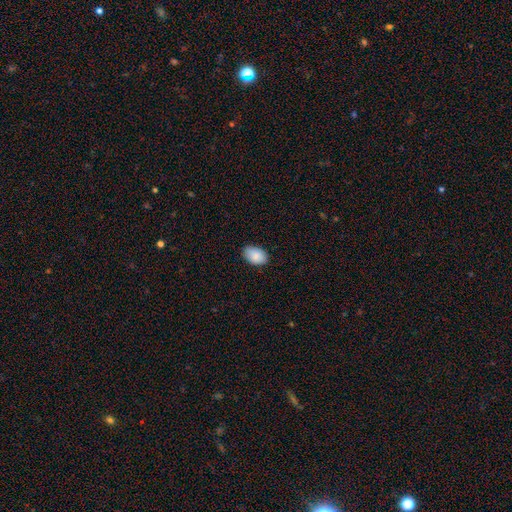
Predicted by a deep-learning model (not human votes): Overall: smooth (88%). How rounded: in between (88%). Merging: none (85%).